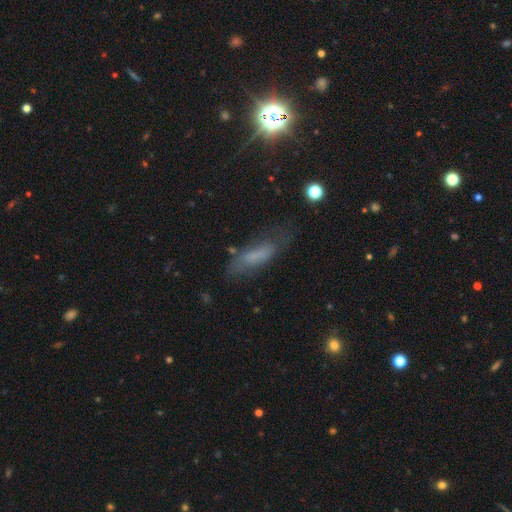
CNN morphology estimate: smooth-or-featured: smooth: 60% | featured or disk: 27% | star or artifact: 13%
  how-rounded: cigar-shaped: 53% | in between: 45% | round: 2%
  merging: none: 60% | minor disturbance: 25% | major disturbance: 12% | merger: 3%